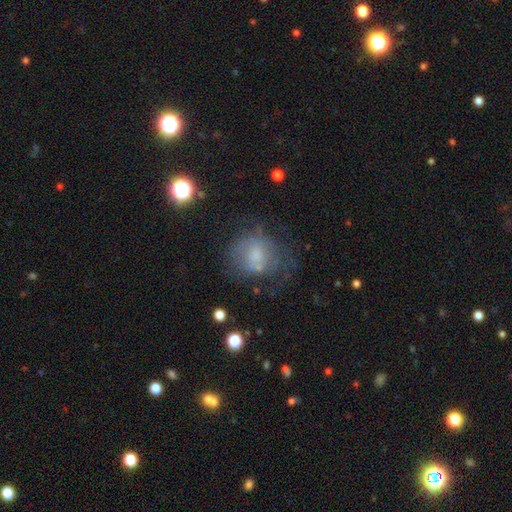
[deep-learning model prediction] A smooth galaxy with no disk features (49%).

Vote fractions:
- Smooth or featured? smooth: 49% / featured or disk: 37% / star or artifact: 14%
- Merging? none: 44% / major disturbance: 26% / minor disturbance: 24% / merger: 6%